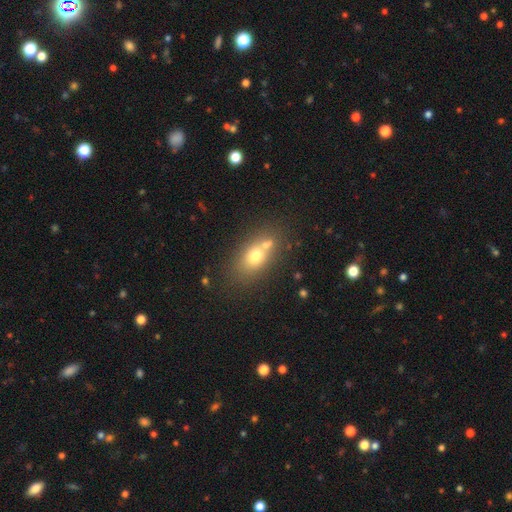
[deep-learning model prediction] Overall: smooth (67%). How rounded: in between (72%). Merging: none (50%; merger 34%).